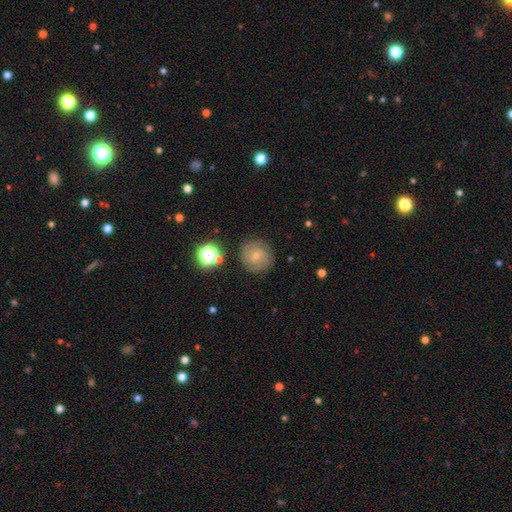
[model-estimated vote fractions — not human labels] This appears to be a smooth galaxy with no disk features (55%) that is round (93%). Merging: none (81%).